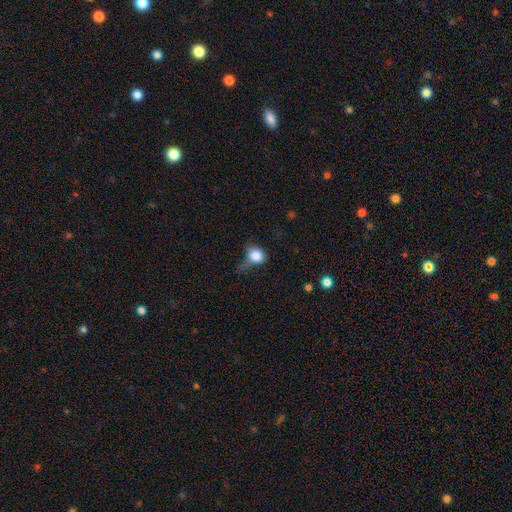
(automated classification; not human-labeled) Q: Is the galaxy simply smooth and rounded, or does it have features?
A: smooth — 79%.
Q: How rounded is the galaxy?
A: round — 60%.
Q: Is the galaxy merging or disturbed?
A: none — 36%.